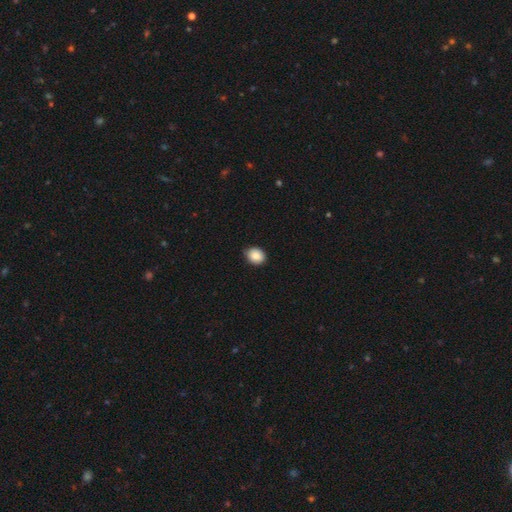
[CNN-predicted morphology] smooth_or_featured: smooth (p=0.85) [alt: star or artifact p=0.09]
how_rounded: round (p=0.61) [alt: in between p=0.38]
merging: none (p=0.83) [alt: minor disturbance p=0.14]